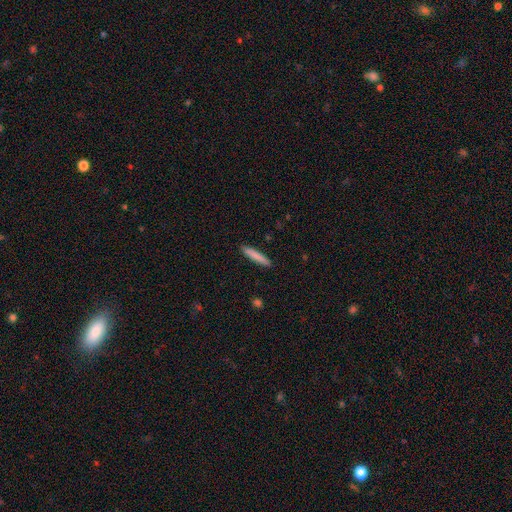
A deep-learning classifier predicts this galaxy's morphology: A smooth galaxy with no disk features (82%) that is cigar-shaped (93%).

Vote fractions:
- Smooth or featured? smooth: 82% / featured or disk: 12% / star or artifact: 6%
- How rounded? cigar-shaped: 93% / in between: 6% / round: 1%
- Merging? none: 91% / minor disturbance: 6% / major disturbance: 2% / merger: 1%